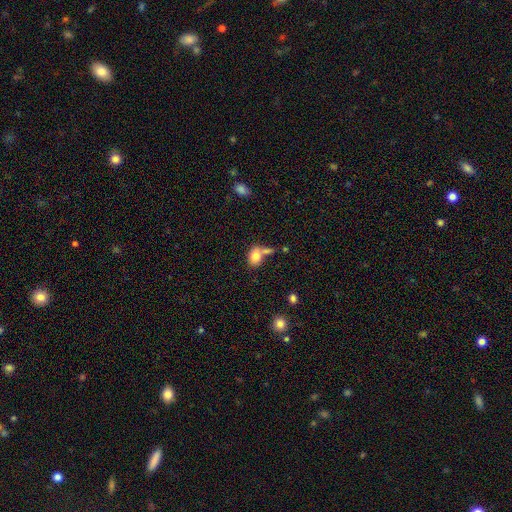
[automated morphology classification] smooth_or_featured: smooth (p=0.79) [alt: featured or disk p=0.12]
how_rounded: in between (p=0.68) [alt: round p=0.30]
merging: none (p=0.42) [alt: merger p=0.36]